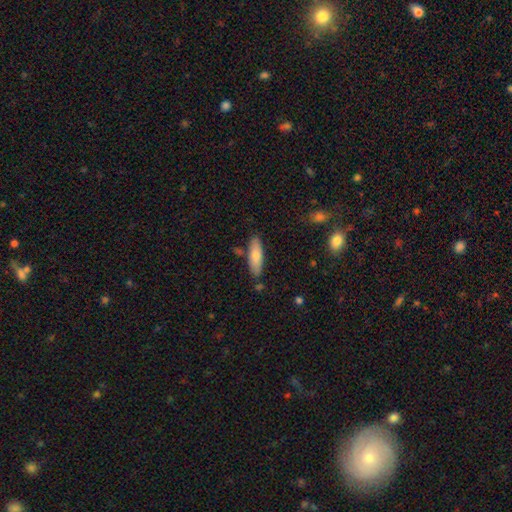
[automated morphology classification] This is likely a smooth galaxy (75%). How rounded: possibly in between (55%). Merging: clearly none (81%).